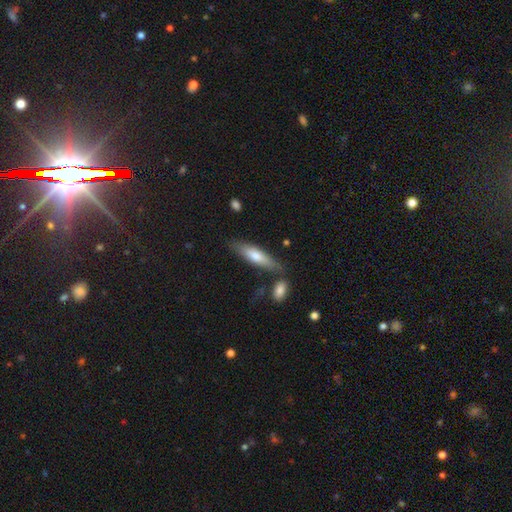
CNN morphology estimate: This is likely a smooth galaxy (63%). How rounded: likely cigar-shaped (70%). Merging: likely none (75%).